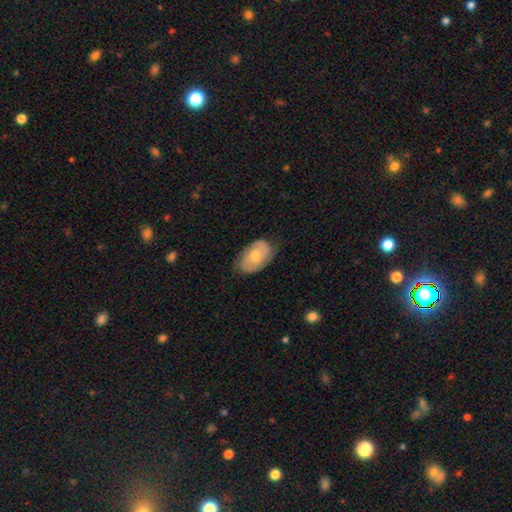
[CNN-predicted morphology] Smooth or featured? smooth (47%, tied with featured or disk)
Merging? none (68%)